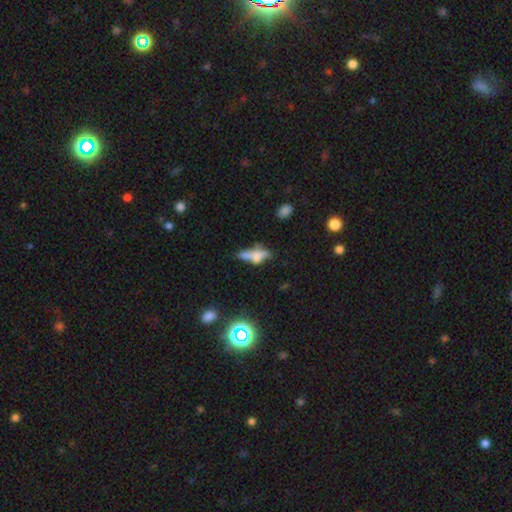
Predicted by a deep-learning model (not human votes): A smooth galaxy with no disk features (48%).

Vote fractions:
- Smooth or featured? smooth: 48% / featured or disk: 38% / star or artifact: 14%
- Merging? none: 34% / merger: 26% / minor disturbance: 22% / major disturbance: 18%